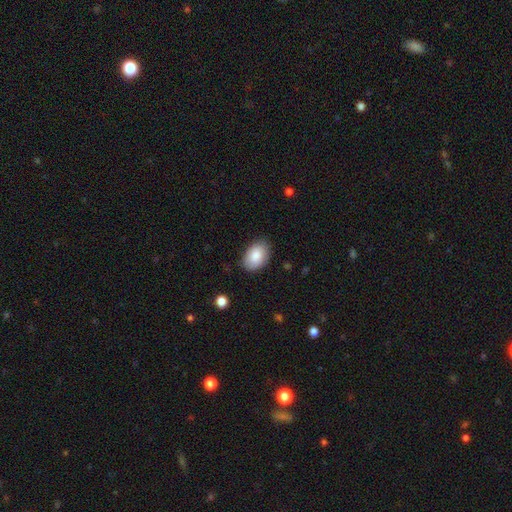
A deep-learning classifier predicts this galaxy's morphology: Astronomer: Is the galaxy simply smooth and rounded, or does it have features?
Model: smooth — 86%.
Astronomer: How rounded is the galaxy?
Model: in between — 90%.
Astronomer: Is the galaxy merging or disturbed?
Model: none — 81%.